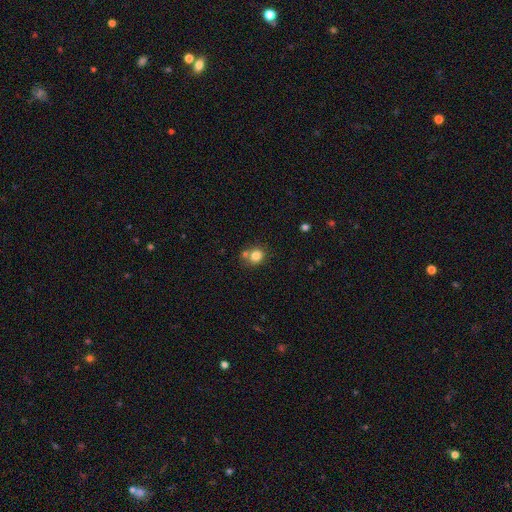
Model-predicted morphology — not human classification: Smooth or featured? smooth (81%)
How rounded? round (76%)
Merging? none (57%)